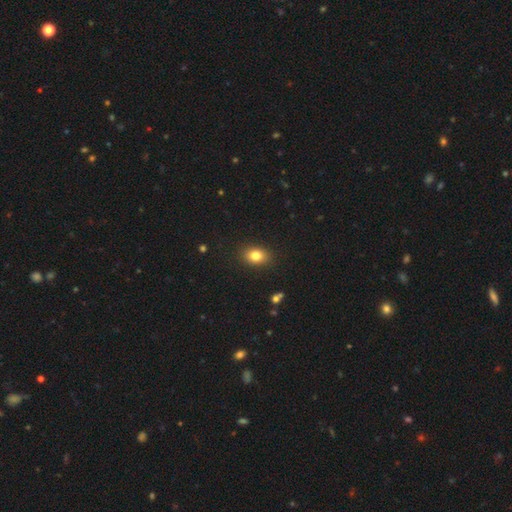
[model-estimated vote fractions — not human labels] A smooth galaxy with no disk features (81%) that is in between round and cigar-shaped (68%). Merging: none (88%).